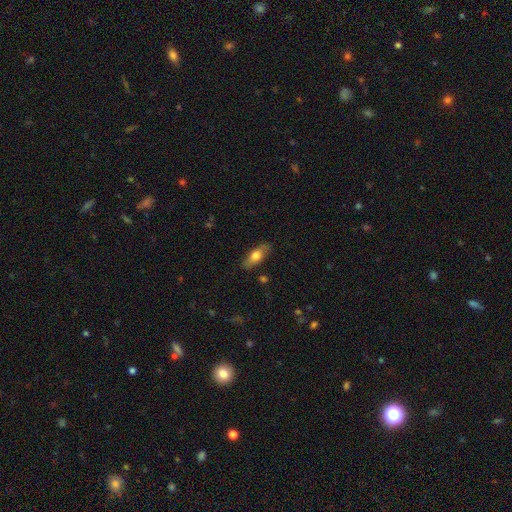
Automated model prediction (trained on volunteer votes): smooth 66%, featured or disk 28%, star or artifact 6%. Down the decision tree: how rounded — in between (69%); merging — none (84%).